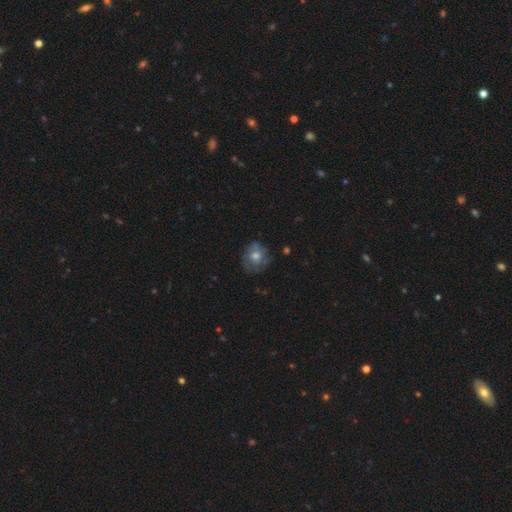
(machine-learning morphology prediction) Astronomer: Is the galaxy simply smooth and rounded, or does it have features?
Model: smooth — 48% (runner-up: featured or disk, 41%).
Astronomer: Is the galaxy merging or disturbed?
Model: none — 68%.